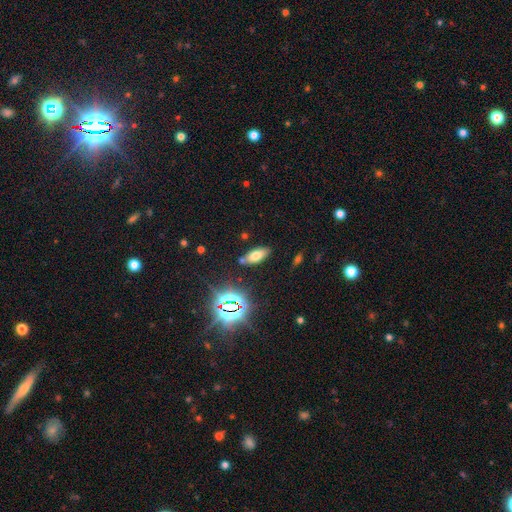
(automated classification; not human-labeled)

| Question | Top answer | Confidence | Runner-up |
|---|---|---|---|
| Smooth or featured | smooth | 64% | star or artifact (20%) |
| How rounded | in between | 81% | cigar-shaped (15%) |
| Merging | none | 78% | minor disturbance (12%) |